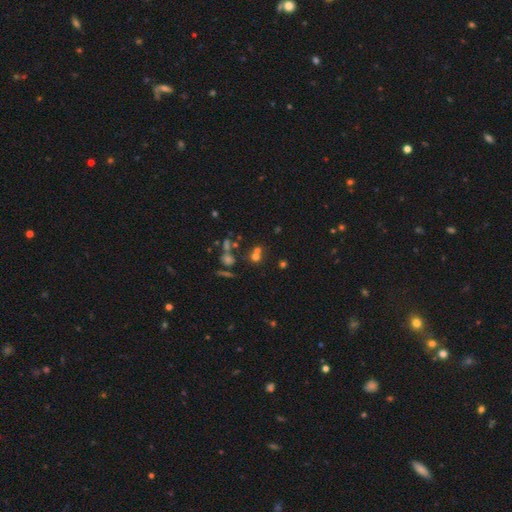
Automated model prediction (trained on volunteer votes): This is possibly a smooth galaxy (53%). How rounded: clearly round (85%). Merging: possibly none (52%).